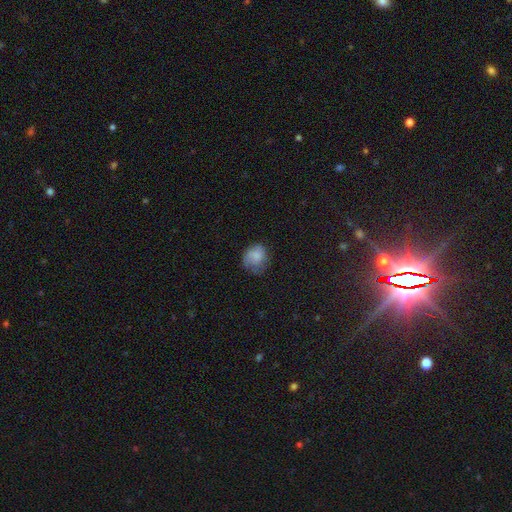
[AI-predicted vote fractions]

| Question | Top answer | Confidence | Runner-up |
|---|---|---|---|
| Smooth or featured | smooth | 77% | featured or disk (15%) |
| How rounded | round | 68% | in between (32%) |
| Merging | none | 54% | minor disturbance (30%) |